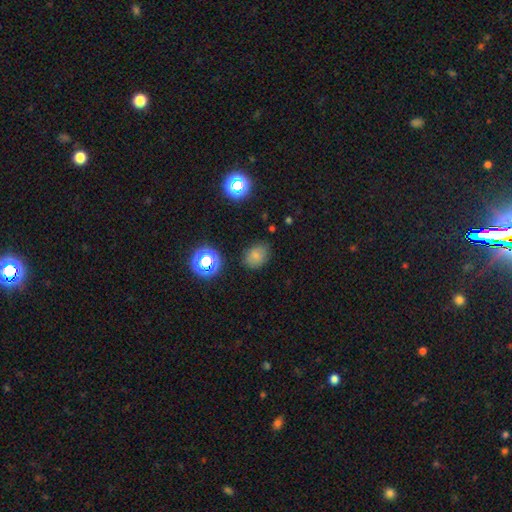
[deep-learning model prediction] This appears to be a smooth galaxy with no disk features (73%) that is in between round and cigar-shaped (59%). Merging: none (79%).